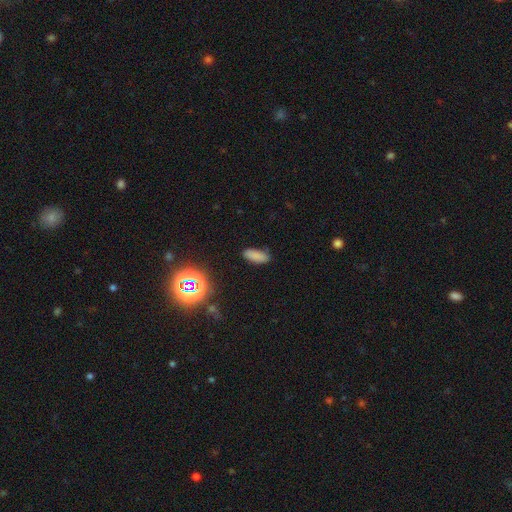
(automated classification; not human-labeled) Morphology: type=smooth (81%); roundness=in between (76%); merging=none (84%).